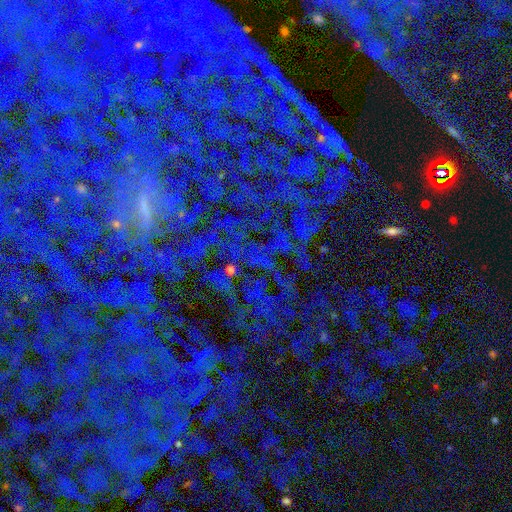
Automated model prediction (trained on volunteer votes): This appears to be a star or artifact, not a galaxy (80%).